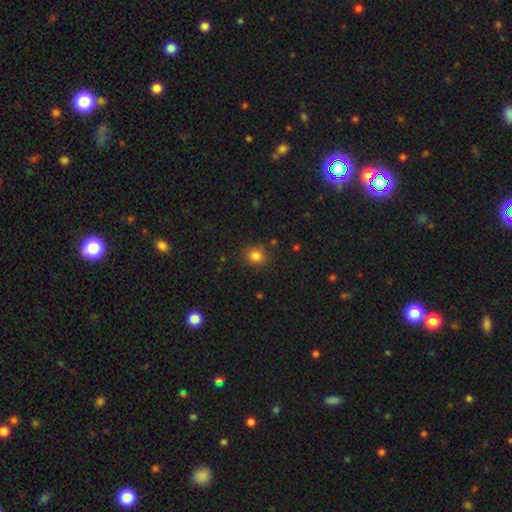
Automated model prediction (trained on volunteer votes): This is clearly a smooth galaxy (83%). How rounded: clearly round (81%). Merging: clearly none (85%).